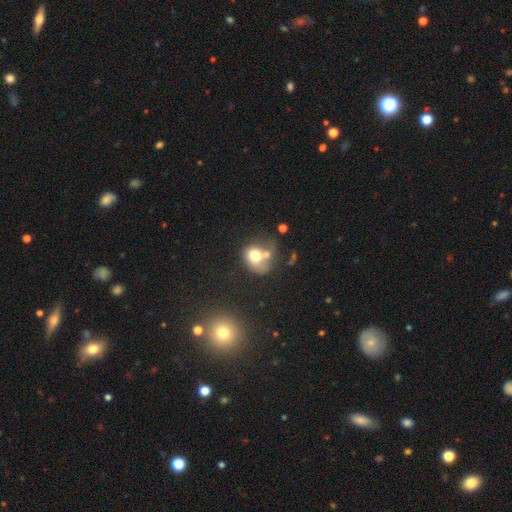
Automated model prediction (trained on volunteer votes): Smooth or featured? smooth (67%)
How rounded? round (54%)
Merging? merger (46%)